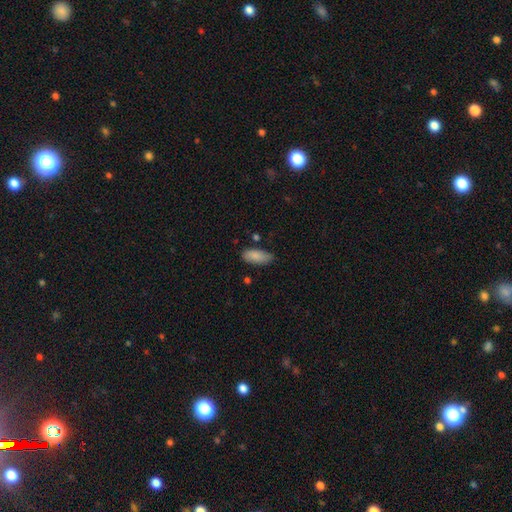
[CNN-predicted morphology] Overall: smooth (87%). How rounded: in between (85%). Merging: none (75%).